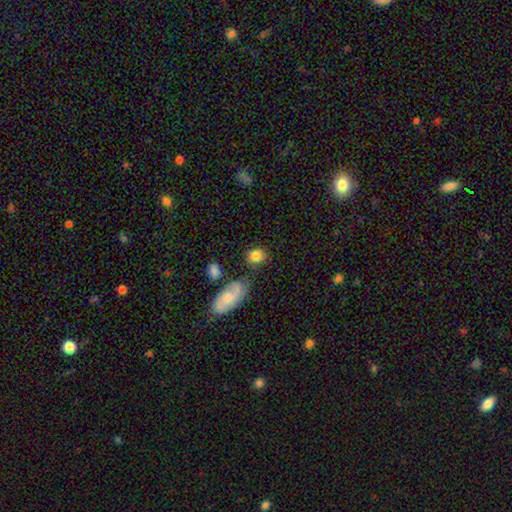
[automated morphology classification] A smooth galaxy with no disk features (80%) that is round (63%).

Vote fractions:
- Smooth or featured? smooth: 80% / featured or disk: 12% / star or artifact: 8%
- How rounded? round: 63% / in between: 35% / cigar-shaped: 2%
- Merging? none: 71% / minor disturbance: 15% / merger: 10% / major disturbance: 5%